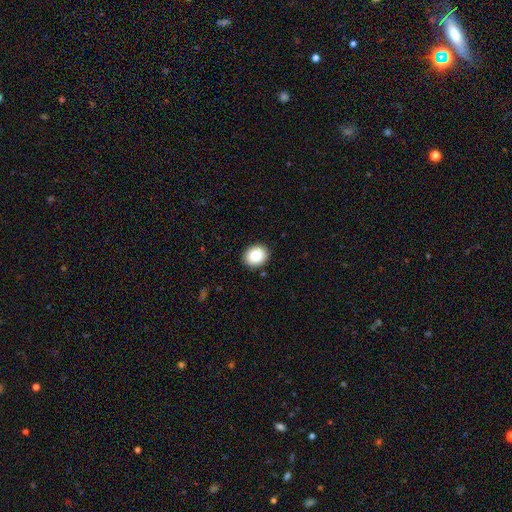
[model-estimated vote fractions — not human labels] Q: Smooth or featured?
A: smooth (82%); runner-up: star or artifact (9%)
Q: How rounded?
A: round (66%); runner-up: in between (33%)
Q: Merging?
A: none (91%); runner-up: minor disturbance (7%)